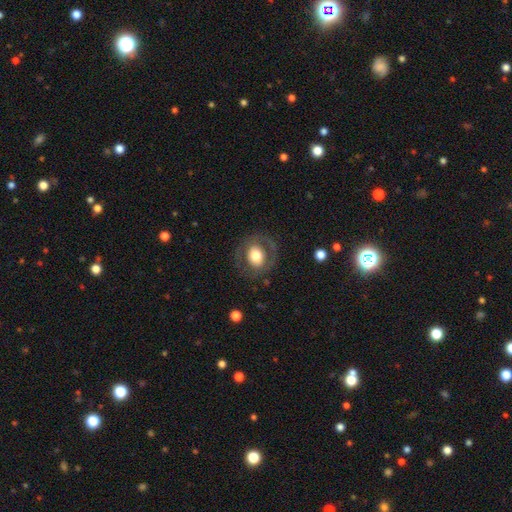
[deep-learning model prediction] A smooth galaxy with no disk features (56%) that is round (72%). Merging: none (76%).